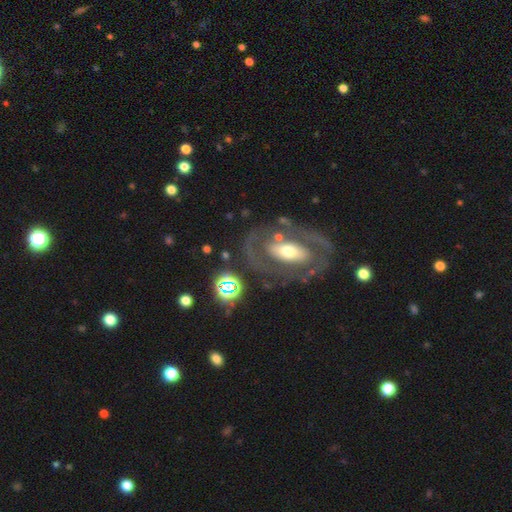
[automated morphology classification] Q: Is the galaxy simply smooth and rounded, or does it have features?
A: featured or disk — 85%.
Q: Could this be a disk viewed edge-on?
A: no — 93%.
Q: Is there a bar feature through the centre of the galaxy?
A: weak — 35%, tied with strong.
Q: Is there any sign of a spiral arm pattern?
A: yes — 82%.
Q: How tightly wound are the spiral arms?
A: tight — 59%.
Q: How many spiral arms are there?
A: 2 — 57%.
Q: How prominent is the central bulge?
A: moderate — 58%.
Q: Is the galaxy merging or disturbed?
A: none — 74%.